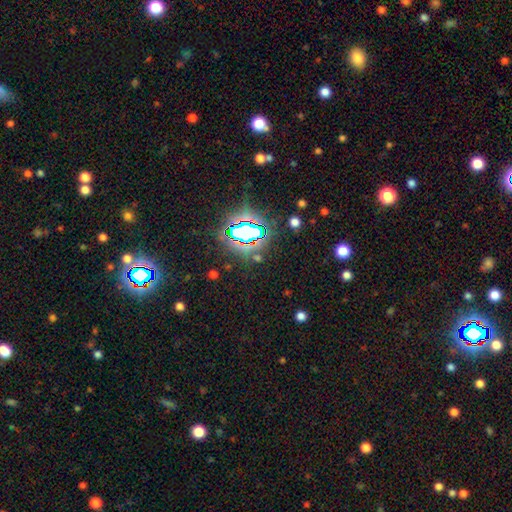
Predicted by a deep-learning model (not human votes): This is likely a star or artifact rather than a galaxy (77%).